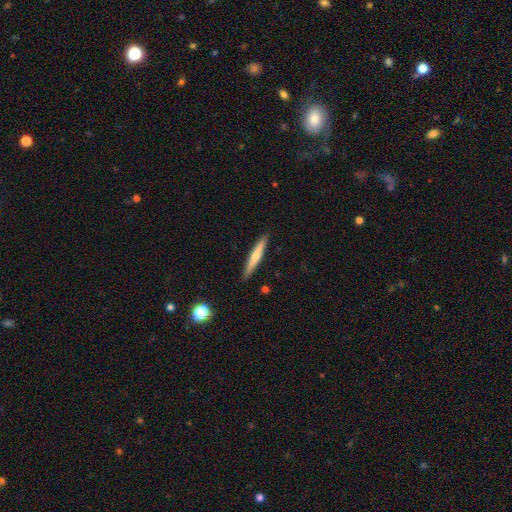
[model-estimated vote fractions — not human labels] The model was most divided on "smooth or featured": featured or disk: 51%, smooth: 43%, star or artifact: 6%. More confident: edge-on disk — yes (96%); merging — none (91%).